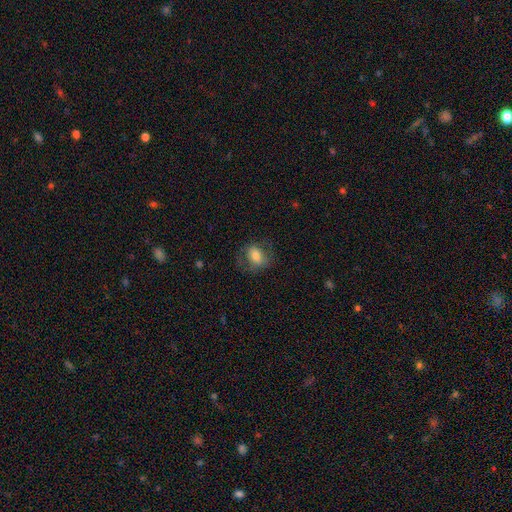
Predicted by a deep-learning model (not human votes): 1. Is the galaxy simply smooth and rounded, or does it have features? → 66% smooth, 25% featured or disk, 9% star or artifact.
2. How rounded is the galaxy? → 61% in between, 38% round, 2% cigar-shaped.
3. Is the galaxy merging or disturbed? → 68% none, 18% minor disturbance, 12% major disturbance, 1% merger.